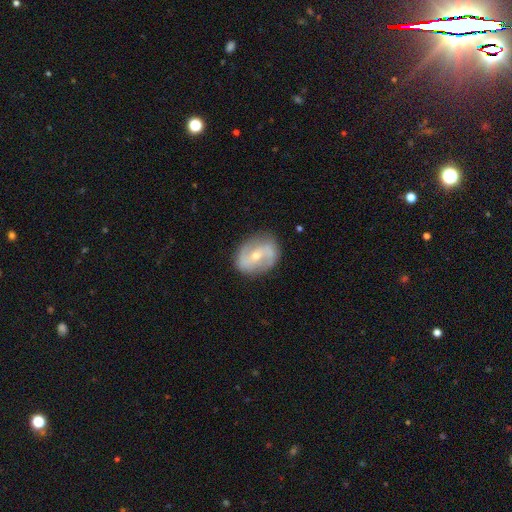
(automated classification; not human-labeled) smooth-or-featured: featured or disk: 78% | smooth: 15% | star or artifact: 6%
  disk-edge-on: no: 96% | yes: 4%
    bar: weak: 36% | no: 33% | strong: 31%
    has-spiral-arms: yes: 85% | no: 15%
      spiral-winding: loose: 42% | medium: 37% | tight: 20%
      spiral-arm-count: 2: 88% | can't tell: 6% | 1: 2% | 3: 1% | 4: 1% | more than 4: 1%
    bulge-size: small: 51% | moderate: 46% | large: 1% | none: 1% | dominant: 1%
  merging: none: 83% | minor disturbance: 12% | major disturbance: 3% | merger: 1%